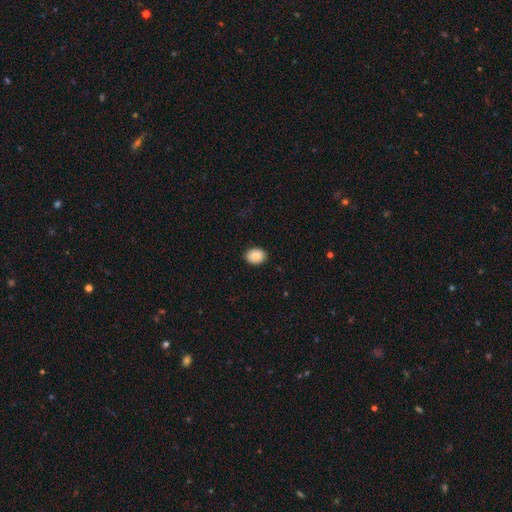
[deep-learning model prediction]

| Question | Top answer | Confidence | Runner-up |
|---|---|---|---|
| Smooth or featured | smooth | 88% | star or artifact (7%) |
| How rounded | in between | 57% | round (42%) |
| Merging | none | 89% | minor disturbance (8%) |